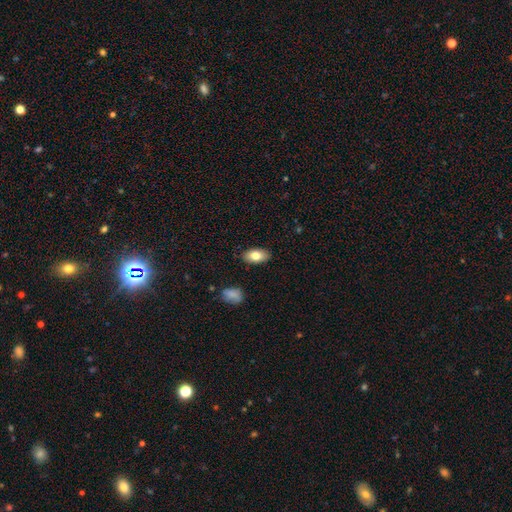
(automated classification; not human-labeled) Q: Smooth or featured?
A: smooth (81%); runner-up: featured or disk (13%)
Q: How rounded?
A: in between (93%); runner-up: round (4%)
Q: Merging?
A: none (87%); runner-up: minor disturbance (10%)